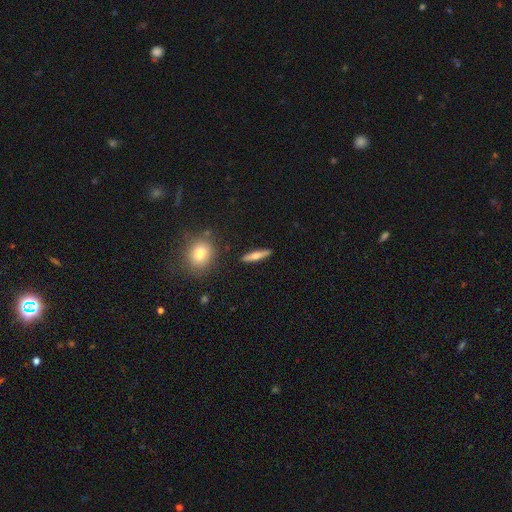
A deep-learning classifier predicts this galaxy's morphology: smooth_or_featured: smooth (p=0.54) [alt: featured or disk p=0.39]
how_rounded: cigar-shaped (p=0.82) [alt: in between p=0.15]
merging: none (p=0.90) [alt: minor disturbance p=0.07]